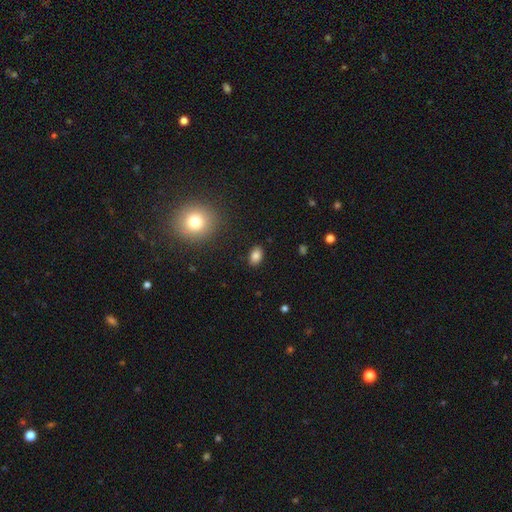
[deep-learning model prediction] A smooth galaxy with no disk features (84%) that is in between round and cigar-shaped (86%). Merging: none (88%).